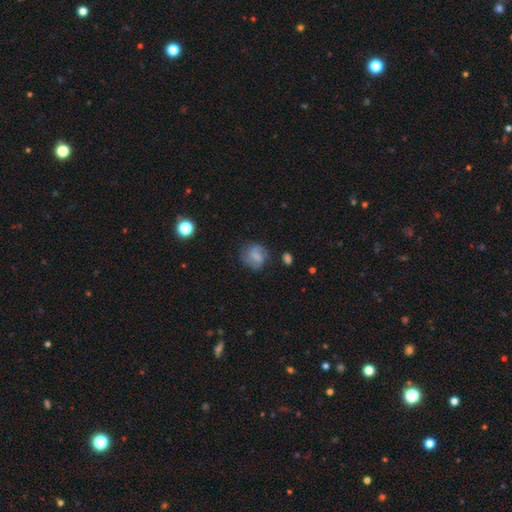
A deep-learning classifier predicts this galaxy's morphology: Smooth or featured? smooth (49%)
Merging? none (60%)